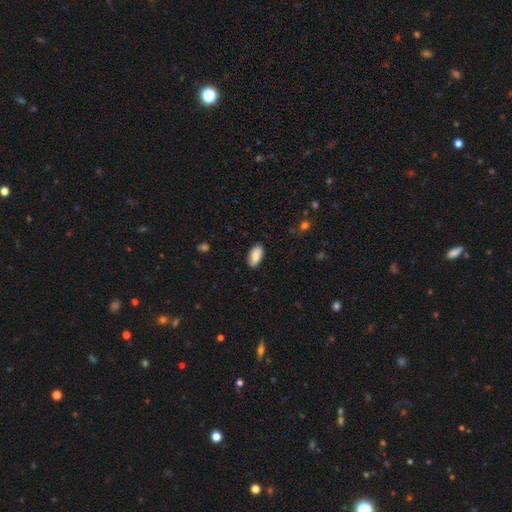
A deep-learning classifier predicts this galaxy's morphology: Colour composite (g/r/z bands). It shows a smooth galaxy with no disk features (81%) that is in between round and cigar-shaped (92%). Merging: none (84%).